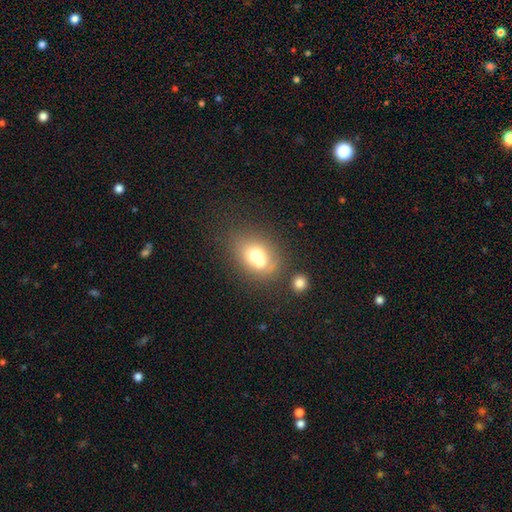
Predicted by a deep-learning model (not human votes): smooth-or-featured: smooth: 67% | featured or disk: 22% | star or artifact: 11%
  how-rounded: in between: 53% | round: 46% | cigar-shaped: 1%
  merging: merger: 48% | none: 34% | minor disturbance: 12% | major disturbance: 6%